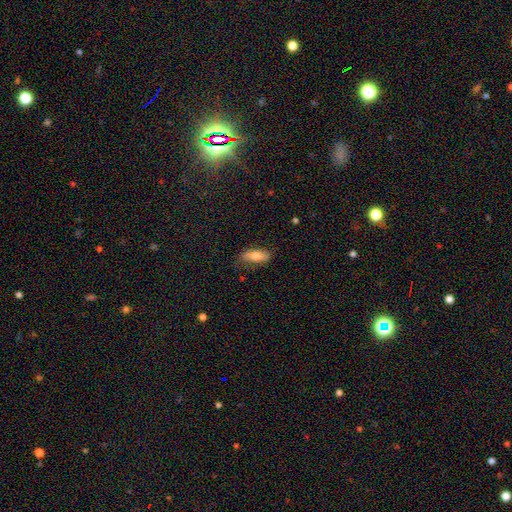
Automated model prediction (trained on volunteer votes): The model was most divided on "how rounded": in between: 64%, cigar-shaped: 33%, round: 3%. More confident: merging — none (74%); smooth or featured — smooth (73%).